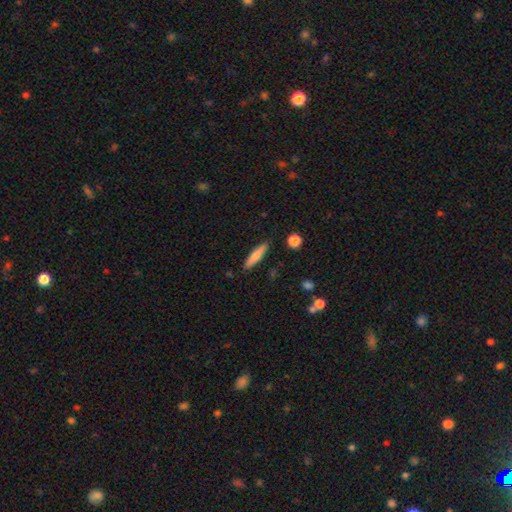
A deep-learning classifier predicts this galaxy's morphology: type=smooth (73%); roundness=cigar-shaped (85%); merging=none (88%).